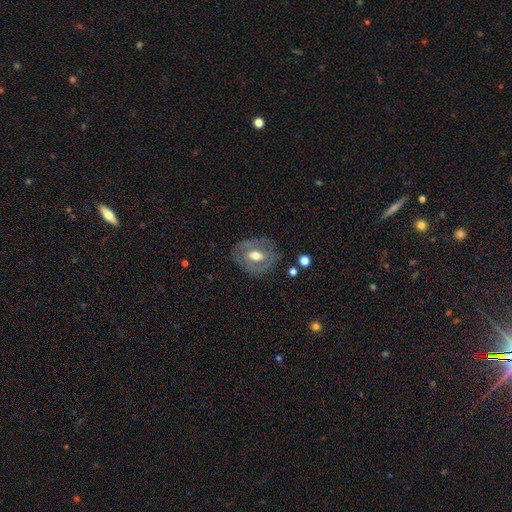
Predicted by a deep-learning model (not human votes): Smooth or featured? featured or disk (55%)
Edge-on disk? no (93%)
Bar? no (49%)
Spiral arms? no (76%)
Bulge size? moderate (73%)
Merging? none (75%)